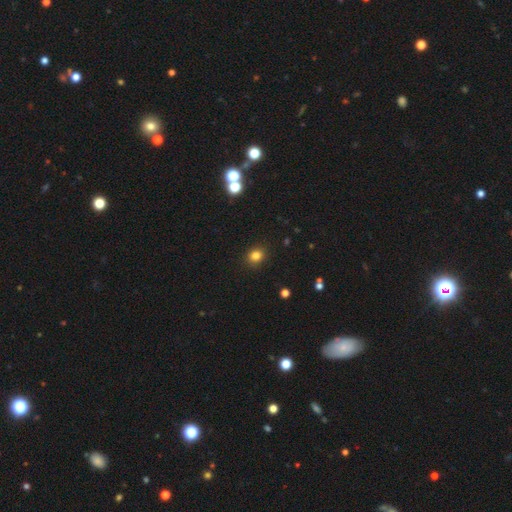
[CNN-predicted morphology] smooth-or-featured: smooth: 82% | star or artifact: 13% | featured or disk: 5%
  how-rounded: round: 74% | in between: 25% | cigar-shaped: 1%
  merging: none: 90% | minor disturbance: 7% | major disturbance: 2% | merger: 1%